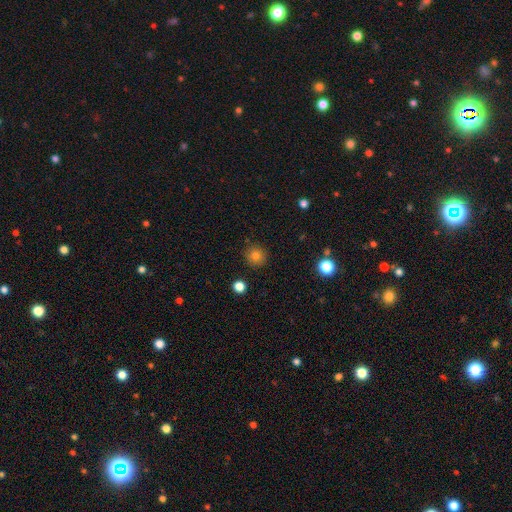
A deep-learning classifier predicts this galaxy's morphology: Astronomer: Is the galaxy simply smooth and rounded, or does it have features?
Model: smooth — 81%.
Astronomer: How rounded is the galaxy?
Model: round — 94%.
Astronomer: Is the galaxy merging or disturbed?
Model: none — 91%.